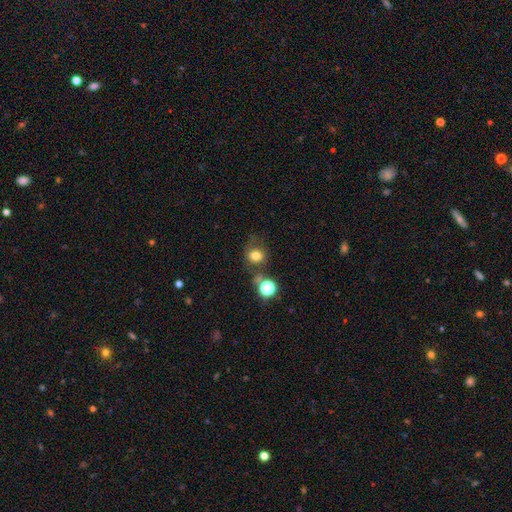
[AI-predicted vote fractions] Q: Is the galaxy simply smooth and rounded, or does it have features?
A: smooth — 75%.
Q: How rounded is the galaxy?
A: round — 82%.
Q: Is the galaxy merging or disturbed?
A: none — 66%.